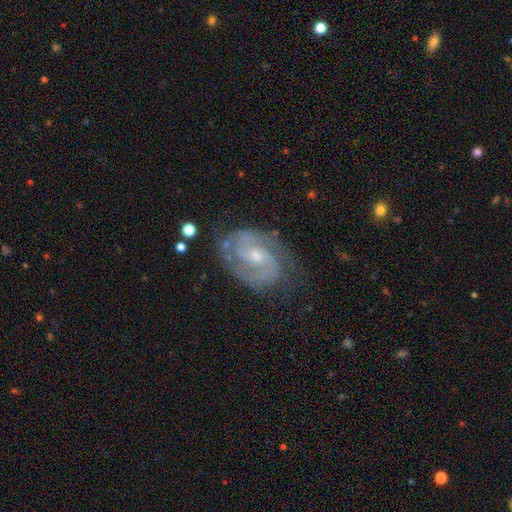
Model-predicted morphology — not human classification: smooth_or_featured: featured or disk (p=0.89) [alt: smooth p=0.06]
disk_edge_on: no (p=0.98) [alt: yes p=0.02]
bar: no (p=0.47) [alt: weak p=0.43]
has_spiral_arms: yes (p=0.97) [alt: no p=0.03]
spiral_winding: medium (p=0.47) [alt: tight p=0.44]
spiral_arm_count: 2 (p=0.81) [alt: can't tell p=0.07]
bulge_size: small (p=0.57) [alt: moderate p=0.38]
merging: none (p=0.73) [alt: minor disturbance p=0.18]